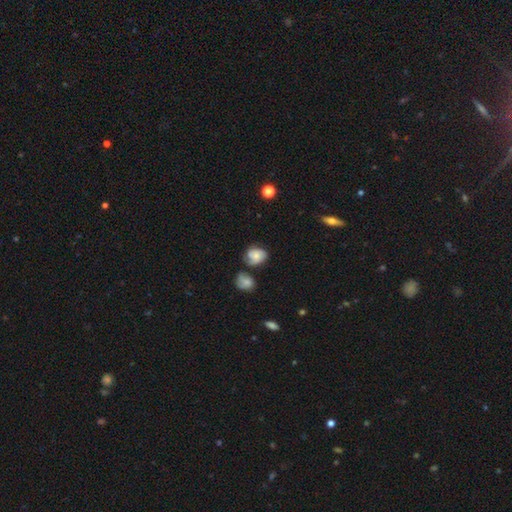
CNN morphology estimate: A featured or disk galaxy (48%). Merging: none (48%).